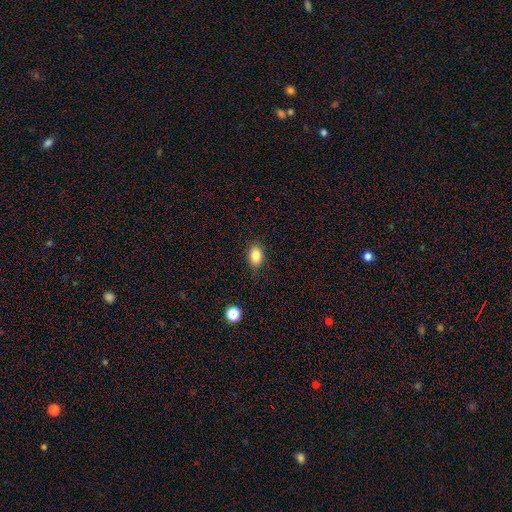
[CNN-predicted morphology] smooth 84%, star or artifact 10%, featured or disk 6%. Down the decision tree: how rounded — in between (77%); merging — none (83%).